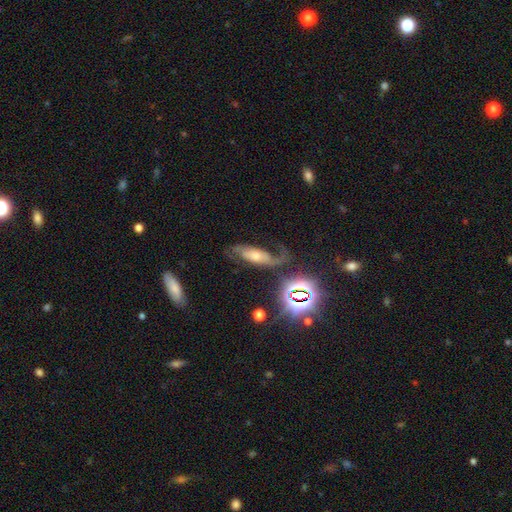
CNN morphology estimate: Smooth or featured? featured or disk (63%)
Edge-on disk? no (82%)
Bar? no (56%)
Spiral arms? yes (88%)
Bulge size? moderate (52%)
Merging? none (49%)